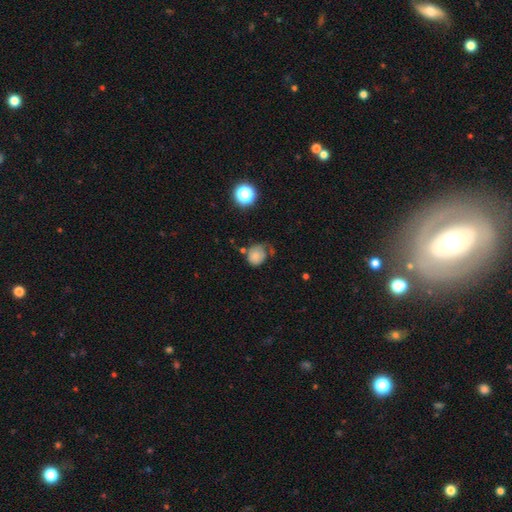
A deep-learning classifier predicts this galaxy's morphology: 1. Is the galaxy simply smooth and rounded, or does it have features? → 76% smooth, 13% featured or disk, 11% star or artifact.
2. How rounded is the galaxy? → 74% round, 25% in between, 1% cigar-shaped.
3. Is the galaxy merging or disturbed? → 44% none, 32% minor disturbance, 15% major disturbance, 9% merger.